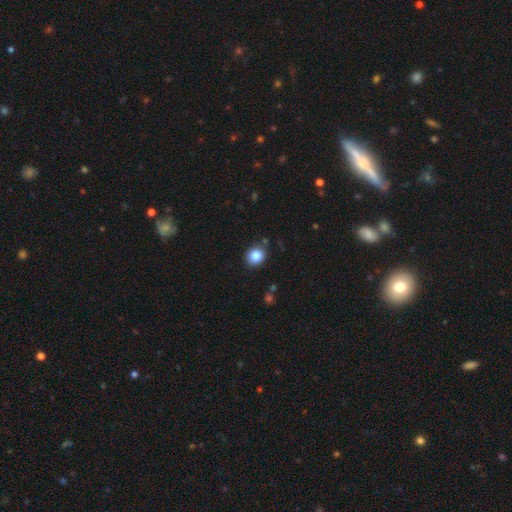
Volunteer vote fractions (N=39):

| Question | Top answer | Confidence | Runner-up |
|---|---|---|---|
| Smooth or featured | smooth | 87% | star or artifact (10%) |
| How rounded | round | 82% | in between (12%) |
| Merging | none | 86% | minor disturbance (9%) |